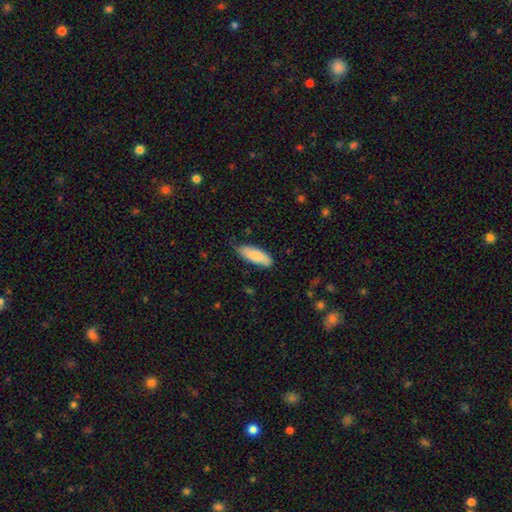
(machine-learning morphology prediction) The model was most divided on "how rounded": in between: 72%, cigar-shaped: 26%, round: 2%. More confident: smooth or featured — smooth (83%); merging — none (73%).